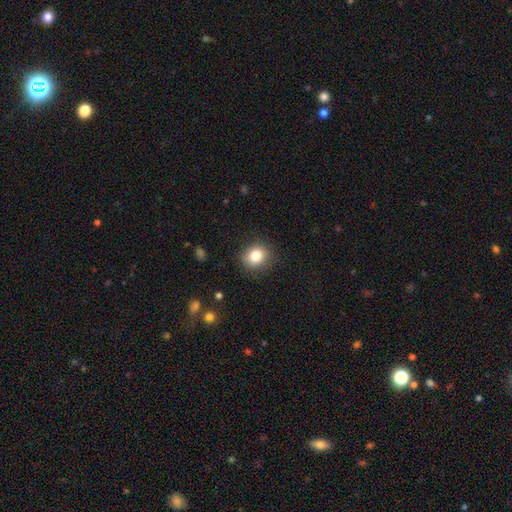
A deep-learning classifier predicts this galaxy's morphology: smooth_or_featured: smooth (p=0.84) [alt: star or artifact p=0.10]
how_rounded: round (p=0.72) [alt: in between p=0.27]
merging: none (p=0.86) [alt: minor disturbance p=0.10]